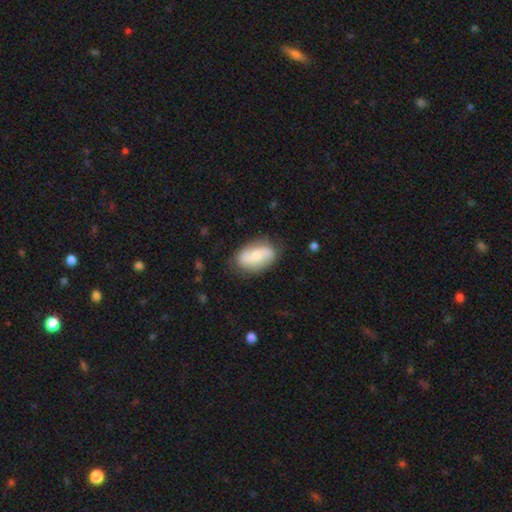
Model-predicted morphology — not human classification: smooth-or-featured: featured or disk: 50% | smooth: 43% | star or artifact: 6%
  disk-edge-on: no: 94% | yes: 6%
  merging: none: 77% | minor disturbance: 16% | major disturbance: 4% | merger: 2%